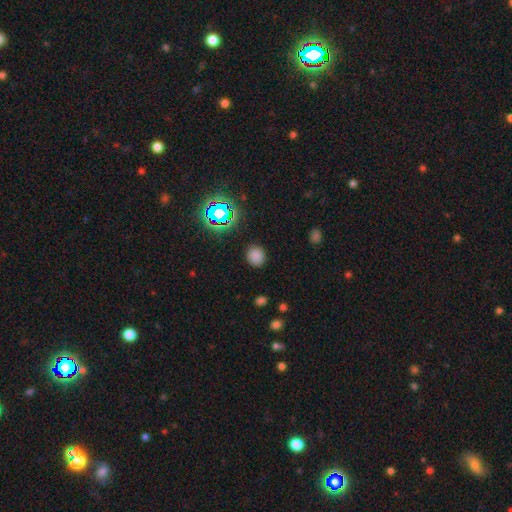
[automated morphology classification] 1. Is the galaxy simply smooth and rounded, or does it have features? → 76% smooth, 19% star or artifact, 5% featured or disk.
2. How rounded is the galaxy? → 82% round, 17% in between, 1% cigar-shaped.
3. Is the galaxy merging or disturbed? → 87% none, 8% minor disturbance, 3% major disturbance, 1% merger.